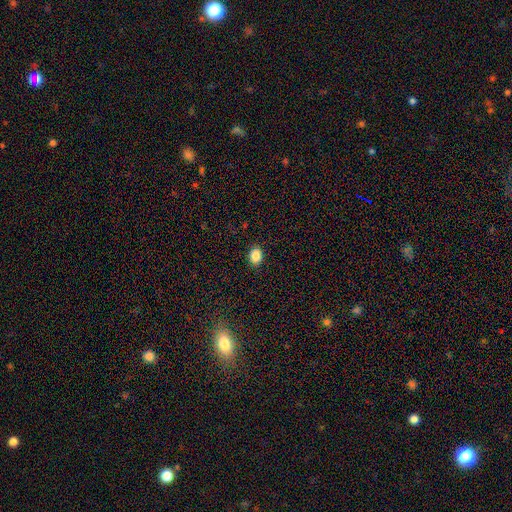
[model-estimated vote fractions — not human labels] The model was most divided on "how rounded": in between: 61%, round: 38%, cigar-shaped: 1%. More confident: merging — none (89%); smooth or featured — smooth (86%).